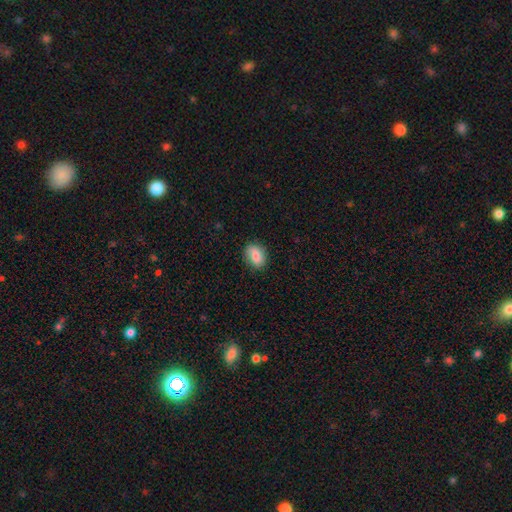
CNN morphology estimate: This is likely a smooth galaxy (79%). How rounded: likely in between (70%). Merging: likely none (80%).